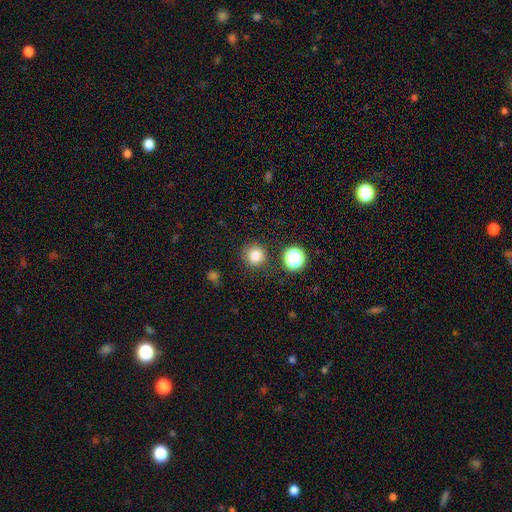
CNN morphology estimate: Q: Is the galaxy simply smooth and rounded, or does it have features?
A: smooth — 81%.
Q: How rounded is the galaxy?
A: round — 93%.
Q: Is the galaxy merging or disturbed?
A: none — 85%.